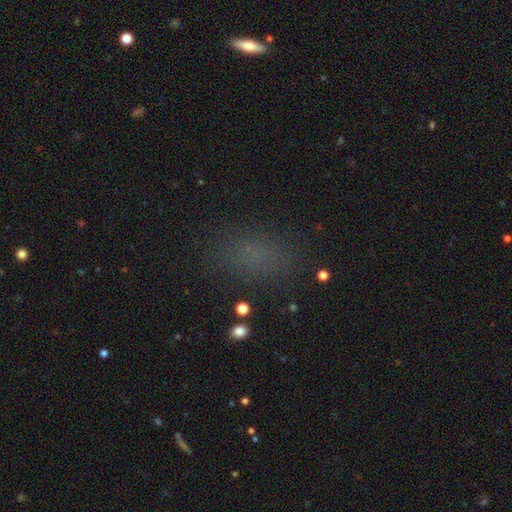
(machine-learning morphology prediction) A smooth galaxy with no disk features (69%) that is in between round and cigar-shaped (78%). Merging: none (82%).